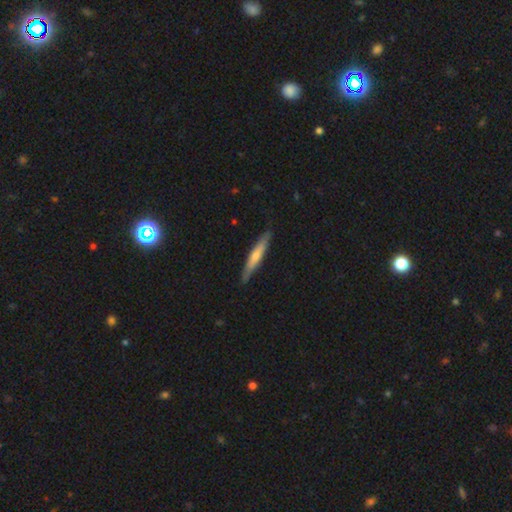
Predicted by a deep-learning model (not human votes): Smooth or featured: featured or disk — 48% (smooth — 46%)
Merging: none — 88% (minor disturbance — 10%)